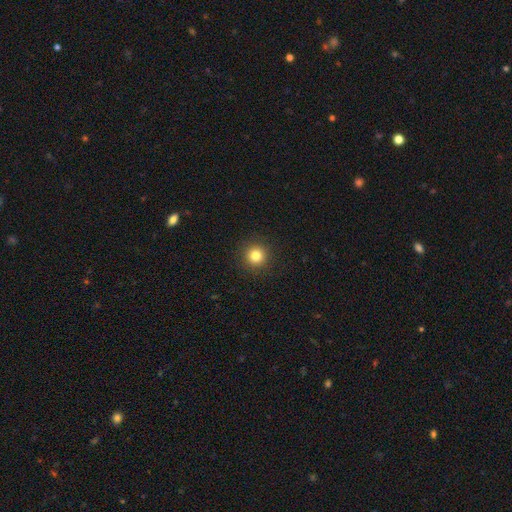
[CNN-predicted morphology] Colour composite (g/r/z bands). It shows a smooth galaxy with no disk features (81%) that is round (95%). Merging: none (93%).